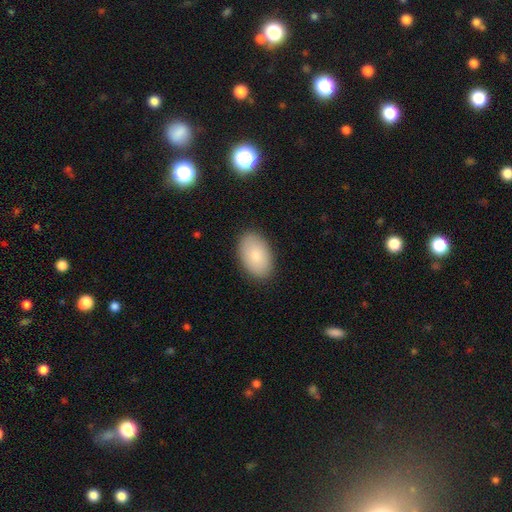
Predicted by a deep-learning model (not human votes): A smooth galaxy with no disk features (82%) that is in between round and cigar-shaped (92%).

Vote fractions:
- Smooth or featured? smooth: 82% / featured or disk: 12% / star or artifact: 6%
- How rounded? in between: 92% / round: 7% / cigar-shaped: 1%
- Merging? none: 88% / minor disturbance: 9% / major disturbance: 2% / merger: 1%